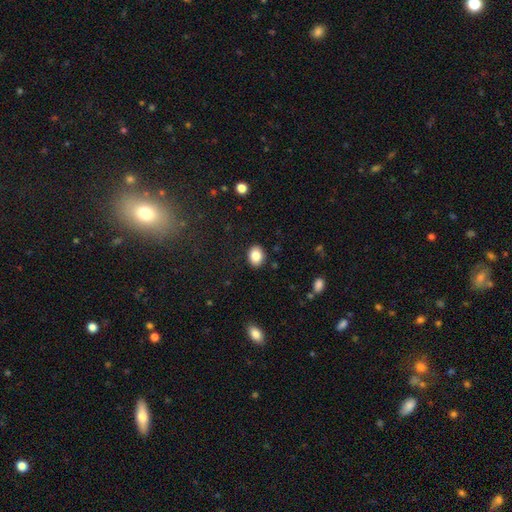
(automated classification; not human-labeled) Smooth or featured: smooth — 85% (star or artifact — 8%)
How rounded: in between — 66% (round — 33%)
Merging: none — 89% (minor disturbance — 8%)